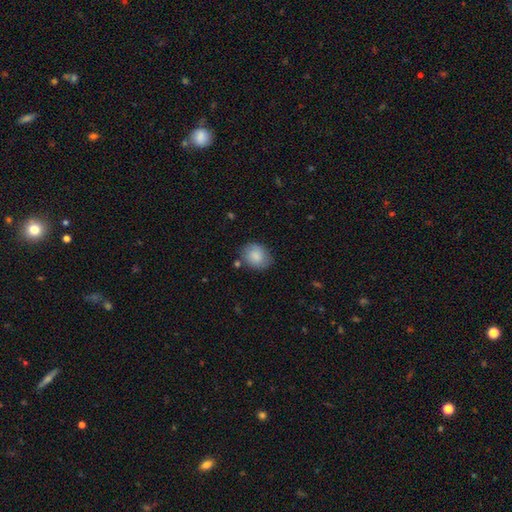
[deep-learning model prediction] Smooth or featured: smooth — 83% (featured or disk — 10%)
How rounded: round — 55% (in between — 45%)
Merging: none — 76% (minor disturbance — 17%)